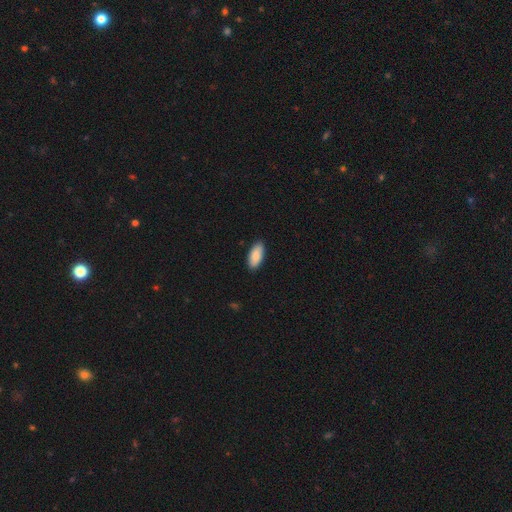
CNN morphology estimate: A smooth galaxy with no disk features (87%) that is in between round and cigar-shaped (89%). Merging: none (89%).